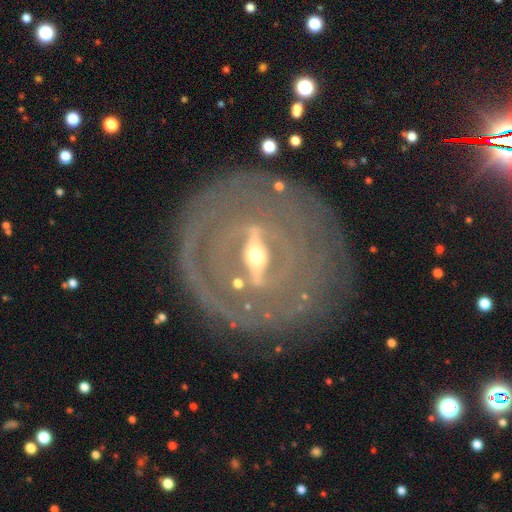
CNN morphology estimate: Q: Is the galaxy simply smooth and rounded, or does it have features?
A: featured or disk — 84%.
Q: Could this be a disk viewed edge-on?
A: no — 85%.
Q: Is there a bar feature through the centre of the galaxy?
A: strong — 64%.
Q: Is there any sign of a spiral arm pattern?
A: yes — 60%.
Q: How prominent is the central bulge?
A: small — 54%.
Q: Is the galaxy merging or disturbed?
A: none — 80%.